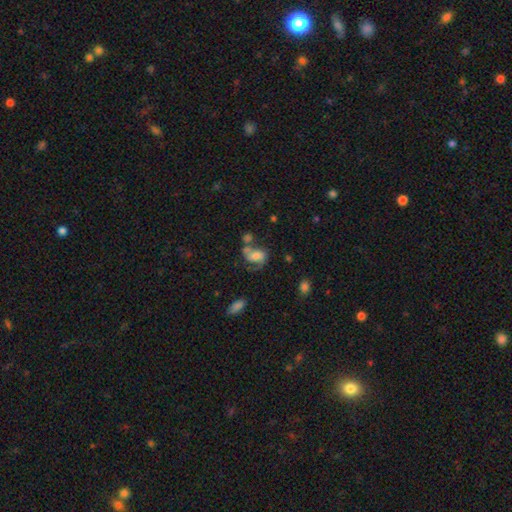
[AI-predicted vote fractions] A featured or disk galaxy (48%). Merging: none (32%).